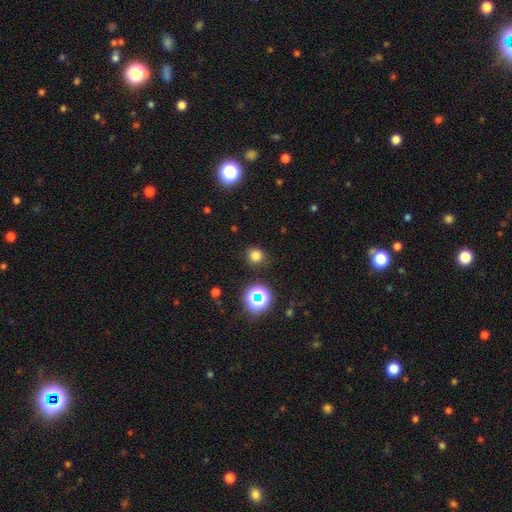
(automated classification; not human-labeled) smooth-or-featured: smooth: 75% | star or artifact: 19% | featured or disk: 5%
  how-rounded: round: 86% | in between: 13% | cigar-shaped: 1%
  merging: none: 86% | minor disturbance: 9% | major disturbance: 3% | merger: 2%